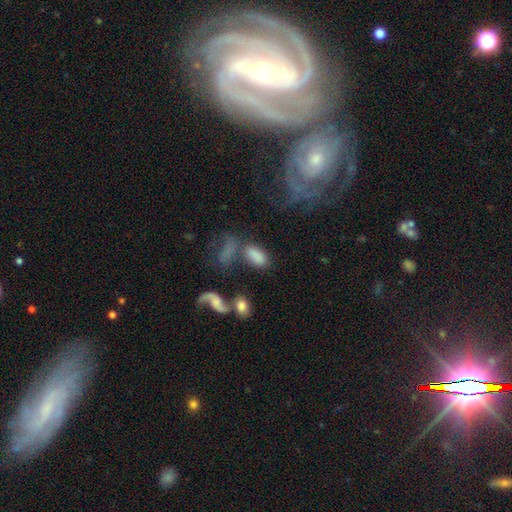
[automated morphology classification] This is likely a smooth galaxy (79%). How rounded: clearly in between (89%). Merging: possibly none (50%).